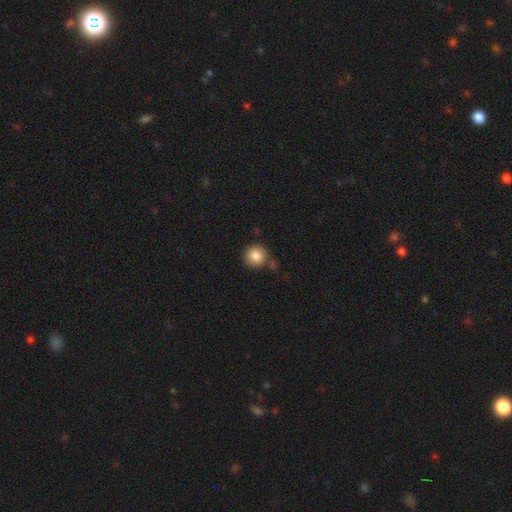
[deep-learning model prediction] This is clearly a smooth galaxy (85%). How rounded: clearly round (94%). Merging: likely none (77%).